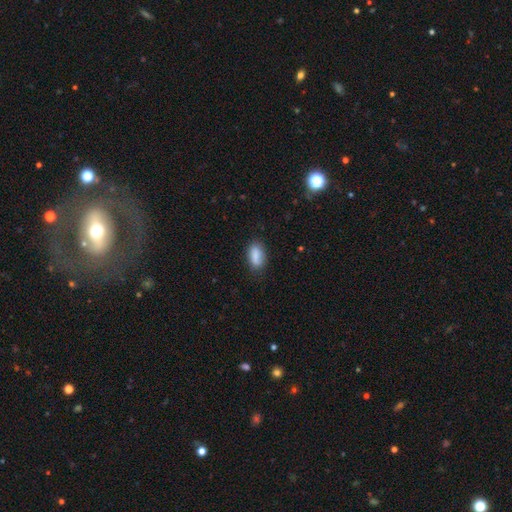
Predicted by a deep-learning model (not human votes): A smooth galaxy with no disk features (82%) that is in between round and cigar-shaped (87%). Merging: none (75%).